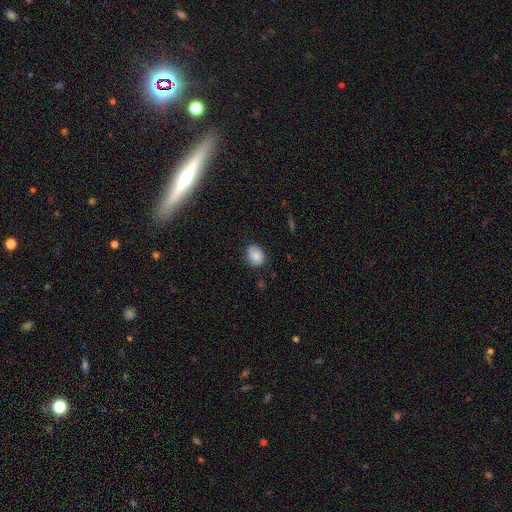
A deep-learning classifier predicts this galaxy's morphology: Smooth or featured?
  - smooth: 83% *
  - featured or disk: 8%
  - star or artifact: 8%
How rounded?
  - round: 50% *
  - in between: 49%
  - cigar-shaped: 1%
Merging?
  - none: 79% *
  - minor disturbance: 16%
  - major disturbance: 3%
  - merger: 1%